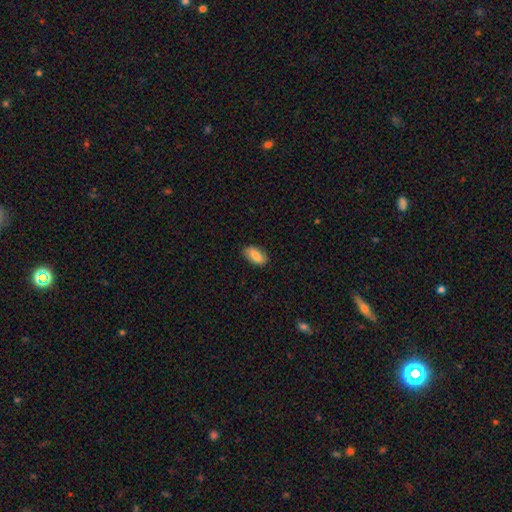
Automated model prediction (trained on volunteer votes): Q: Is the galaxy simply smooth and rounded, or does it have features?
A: smooth — 79%.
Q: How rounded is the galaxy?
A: in between — 90%.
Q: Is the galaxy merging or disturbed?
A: none — 83%.